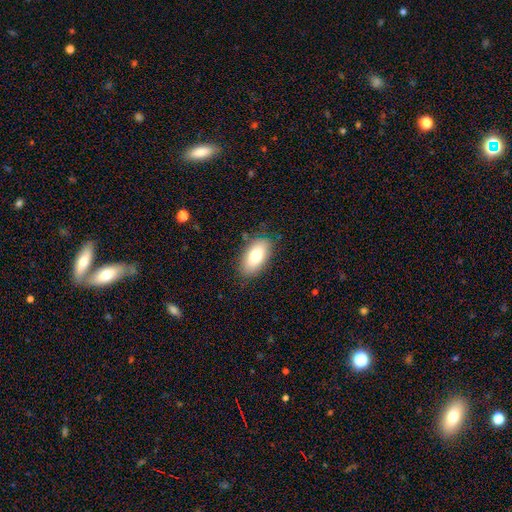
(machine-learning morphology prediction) Smooth or featured?
  - smooth: 77% *
  - featured or disk: 16%
  - star or artifact: 8%
How rounded?
  - in between: 92% *
  - cigar-shaped: 4%
  - round: 4%
Merging?
  - none: 84% *
  - minor disturbance: 12%
  - major disturbance: 3%
  - merger: 1%